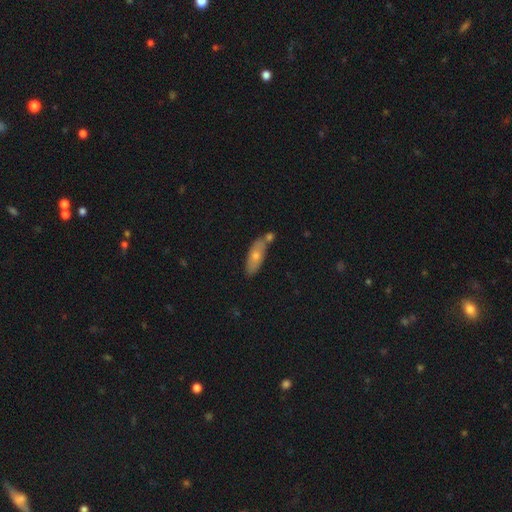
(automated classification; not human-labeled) Smooth or featured? smooth (67%)
How rounded? in between (65%)
Merging? none (57%)